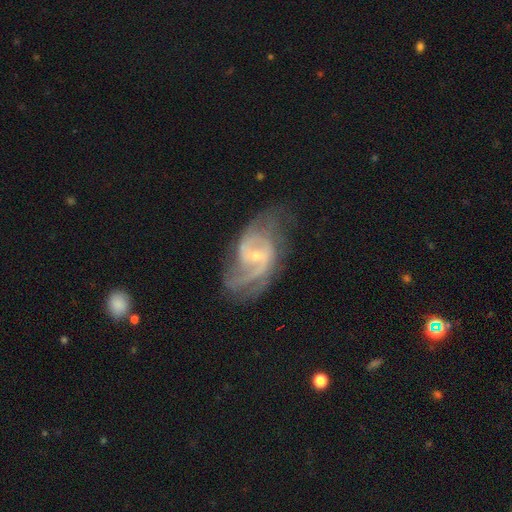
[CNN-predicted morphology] A featured or disk galaxy (87%) with a weak bar (50%), 2 (68%) medium (53%) spiral arms (95%) and a small central bulge (73%).

Vote fractions:
- Smooth or featured? featured or disk: 87% / smooth: 7% / star or artifact: 6%
- Edge-on disk? no: 97% / yes: 3%
- Bar? weak: 50% / no: 36% / strong: 15%
- Spiral arms? yes: 95% / no: 5%
- Spiral winding? medium: 53% / loose: 26% / tight: 21%
- Spiral arm count? 2: 68% / can't tell: 12% / 3: 8% / 1: 6% / 4: 3% / more than 4: 3%
- Bulge size? small: 73% / moderate: 22% / none: 2% / large: 1% / dominant: 1%
- Merging? none: 57% / minor disturbance: 23% / major disturbance: 18% / merger: 2%